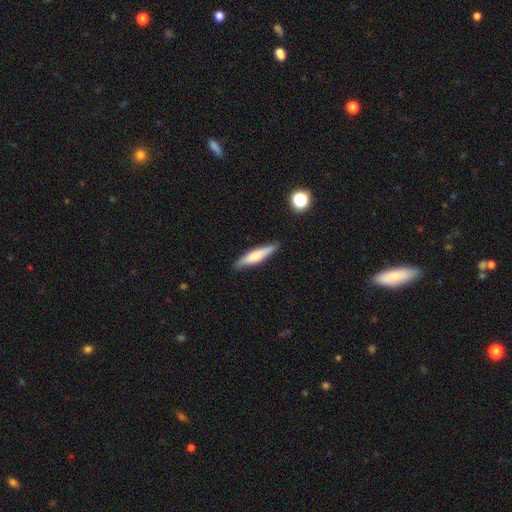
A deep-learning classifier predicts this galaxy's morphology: smooth 58%, featured or disk 36%, star or artifact 6%. Down the decision tree: how rounded — cigar-shaped (84%); merging — none (88%).